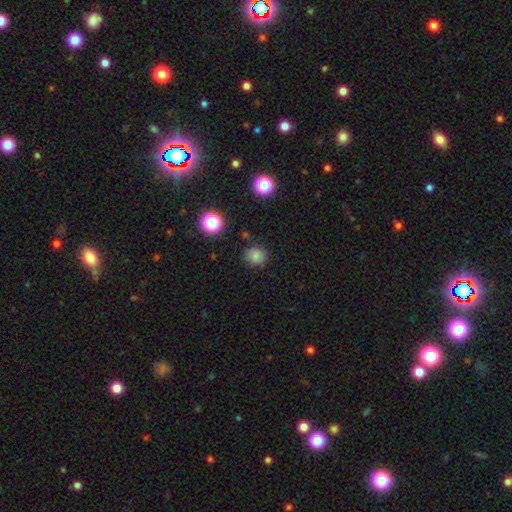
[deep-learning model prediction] Smooth or featured: smooth — 79% (star or artifact — 15%)
How rounded: round — 75% (in between — 24%)
Merging: none — 80% (minor disturbance — 14%)